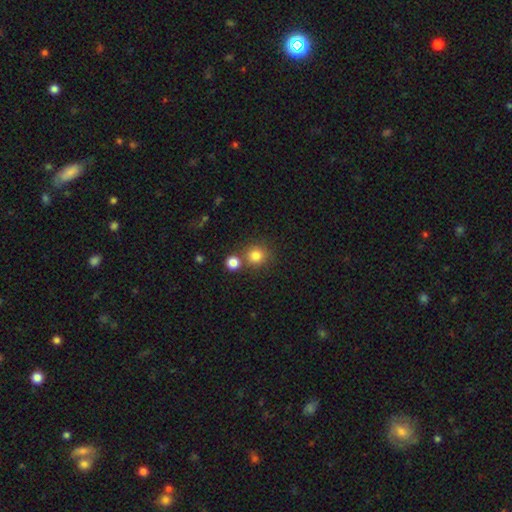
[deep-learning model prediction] smooth-or-featured: smooth: 81% | star or artifact: 13% | featured or disk: 6%
  how-rounded: round: 90% | in between: 9% | cigar-shaped: 1%
  merging: none: 69% | merger: 20% | minor disturbance: 8% | major disturbance: 3%